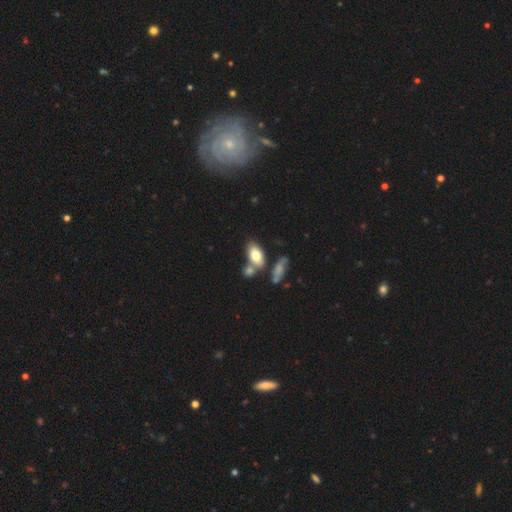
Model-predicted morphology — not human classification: smooth 75%, featured or disk 18%, star or artifact 7%. Down the decision tree: how rounded — in between (90%); merging — none (50%).